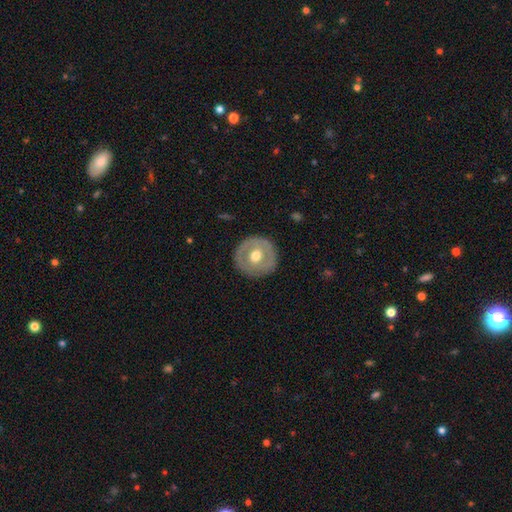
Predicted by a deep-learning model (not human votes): featured or disk 52%, smooth 43%, star or artifact 5%. Down the decision tree: edge-on disk — no (95%); merging — none (86%).